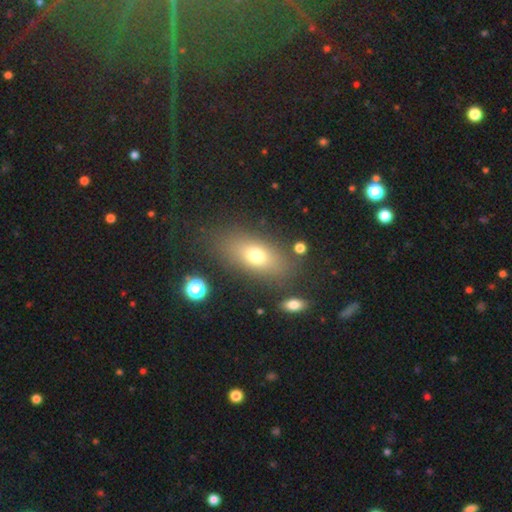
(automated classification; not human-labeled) Smooth or featured: smooth — 70% (featured or disk — 17%)
How rounded: in between — 77% (round — 14%)
Merging: none — 78% (minor disturbance — 12%)